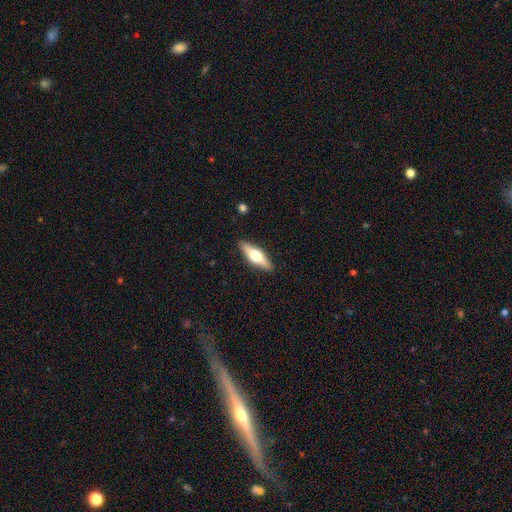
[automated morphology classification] A featured or disk galaxy (52%) viewed edge-on (91%). Merging: none (89%).